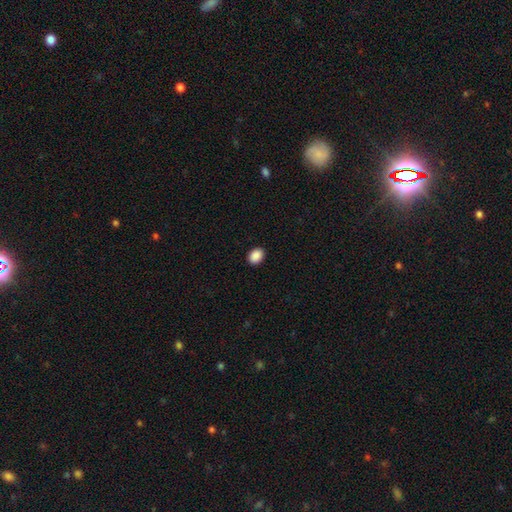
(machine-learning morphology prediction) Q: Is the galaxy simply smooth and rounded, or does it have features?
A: smooth — 90%.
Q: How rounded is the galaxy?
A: in between — 68%.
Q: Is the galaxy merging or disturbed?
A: none — 91%.